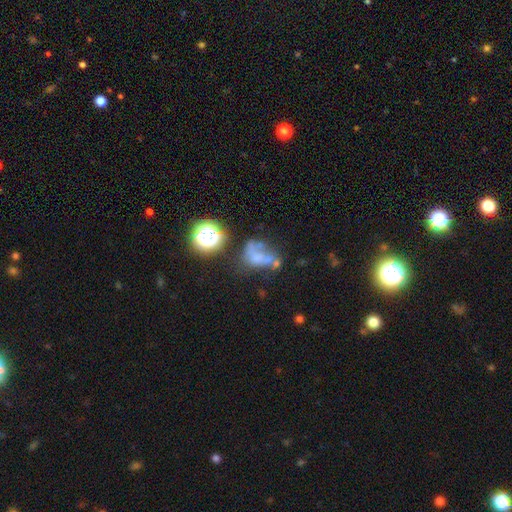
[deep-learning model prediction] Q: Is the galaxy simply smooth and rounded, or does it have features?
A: smooth — 40%.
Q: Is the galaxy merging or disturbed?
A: major disturbance — 32%.